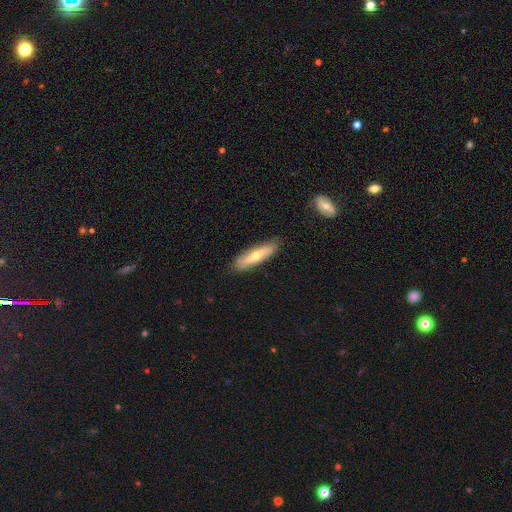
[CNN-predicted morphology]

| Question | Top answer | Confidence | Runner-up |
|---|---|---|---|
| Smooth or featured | smooth | 51% | featured or disk (43%) |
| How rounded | cigar-shaped | 67% | in between (31%) |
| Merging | none | 84% | minor disturbance (12%) |